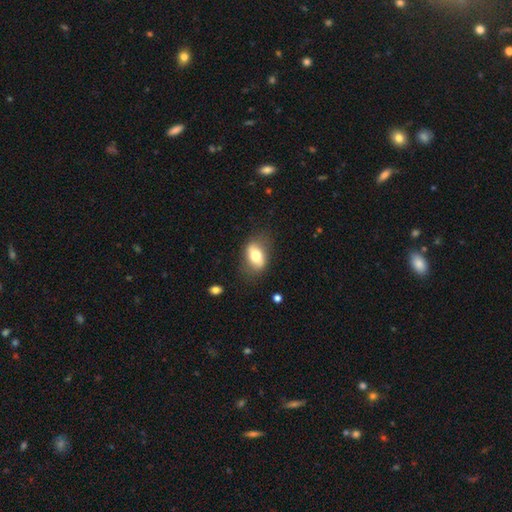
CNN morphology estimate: smooth 65%, featured or disk 27%, star or artifact 7%. Down the decision tree: how rounded — in between (84%); merging — none (72%).